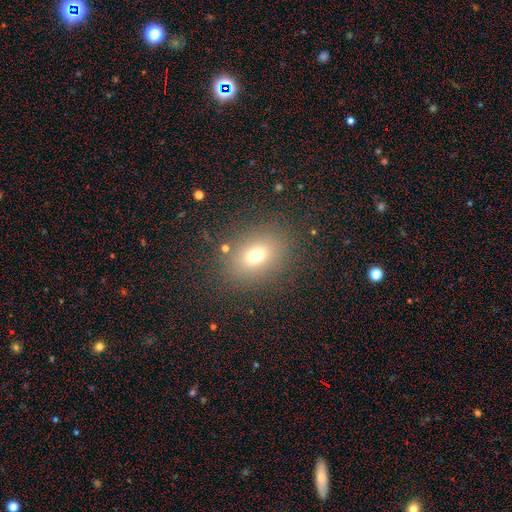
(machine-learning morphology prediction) smooth-or-featured: smooth: 70% | star or artifact: 17% | featured or disk: 13%
  how-rounded: in between: 59% | round: 40% | cigar-shaped: 1%
  merging: none: 84% | minor disturbance: 9% | major disturbance: 4% | merger: 2%